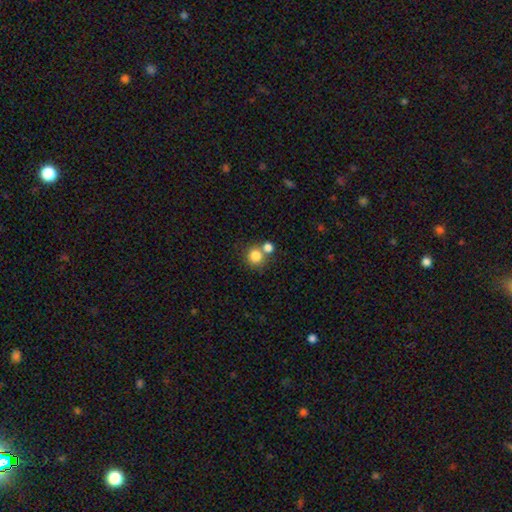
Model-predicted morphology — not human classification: Q: Smooth or featured?
A: smooth (82%); runner-up: star or artifact (11%)
Q: How rounded?
A: round (90%); runner-up: in between (9%)
Q: Merging?
A: none (58%); runner-up: merger (32%)